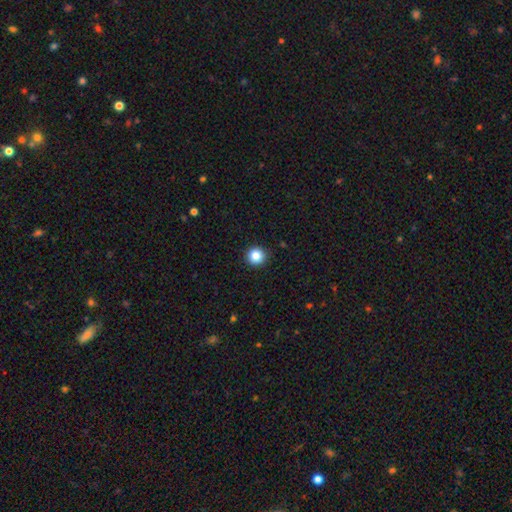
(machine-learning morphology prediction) Smooth or featured?
  - smooth: 86% *
  - star or artifact: 10%
  - featured or disk: 4%
How rounded?
  - round: 95% *
  - in between: 4%
  - cigar-shaped: 1%
Merging?
  - none: 92% *
  - minor disturbance: 5%
  - major disturbance: 2%
  - merger: 1%